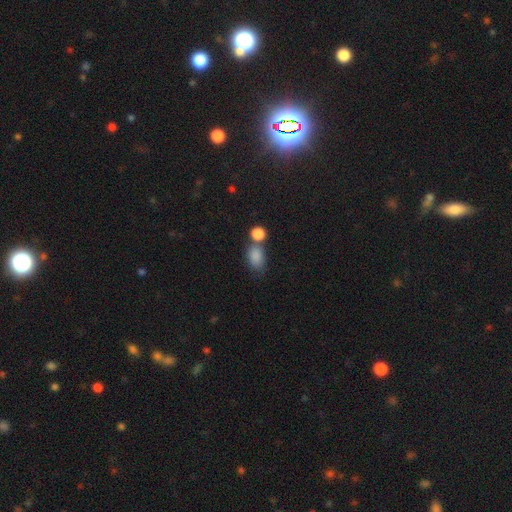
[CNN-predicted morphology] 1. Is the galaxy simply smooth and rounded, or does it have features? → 85% smooth, 10% star or artifact, 6% featured or disk.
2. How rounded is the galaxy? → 78% in between, 21% round, 2% cigar-shaped.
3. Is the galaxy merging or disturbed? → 48% none, 32% merger, 15% minor disturbance, 6% major disturbance.